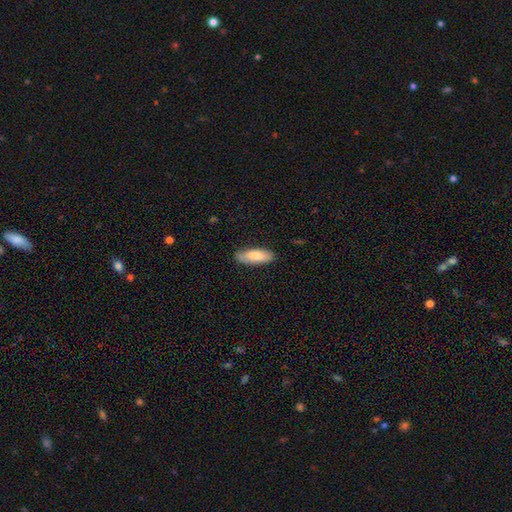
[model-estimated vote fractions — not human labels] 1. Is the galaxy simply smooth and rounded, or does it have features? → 84% smooth, 11% featured or disk, 5% star or artifact.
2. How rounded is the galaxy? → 63% in between, 36% cigar-shaped, 2% round.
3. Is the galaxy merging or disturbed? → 83% none, 14% minor disturbance, 2% major disturbance, 1% merger.